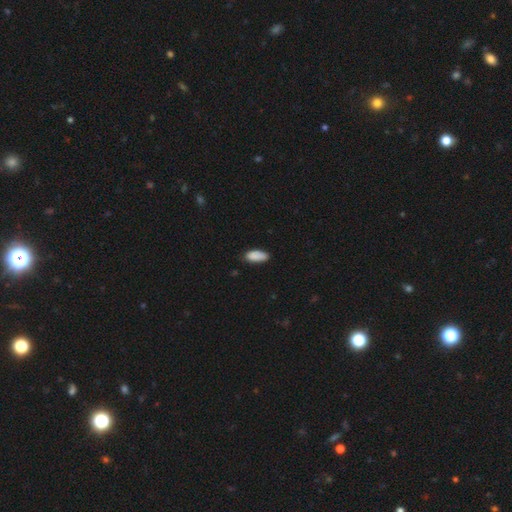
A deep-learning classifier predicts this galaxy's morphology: Smooth or featured?
  - smooth: 89% *
  - star or artifact: 7%
  - featured or disk: 4%
How rounded?
  - in between: 84% *
  - cigar-shaped: 14%
  - round: 2%
Merging?
  - none: 75% *
  - minor disturbance: 20%
  - major disturbance: 3%
  - merger: 2%